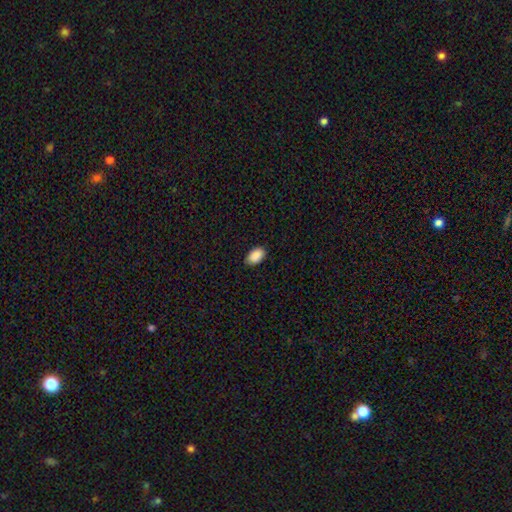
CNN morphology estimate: smooth_or_featured: smooth (p=0.90) [alt: star or artifact p=0.07]
how_rounded: in between (p=0.92) [alt: round p=0.06]
merging: none (p=0.86) [alt: minor disturbance p=0.11]